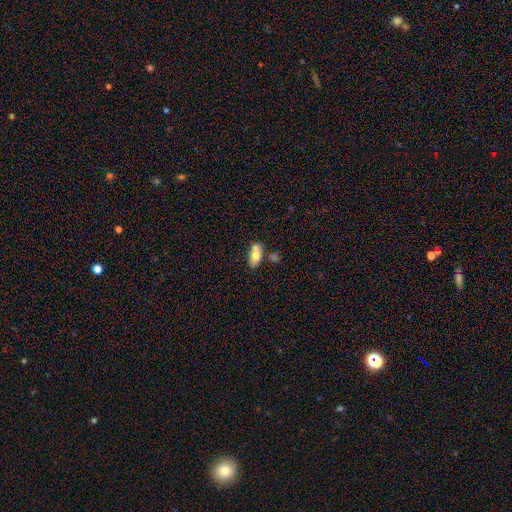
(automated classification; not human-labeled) Morphology: type=smooth (68%); roundness=in between (83%); merging=merger (43%).